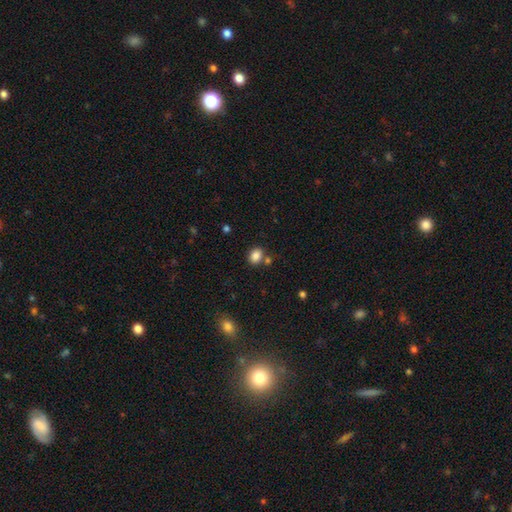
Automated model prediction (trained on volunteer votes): Smooth or featured?
  - smooth: 85% *
  - star or artifact: 10%
  - featured or disk: 5%
How rounded?
  - in between: 60% *
  - round: 39%
  - cigar-shaped: 1%
Merging?
  - none: 71% *
  - merger: 14%
  - minor disturbance: 12%
  - major disturbance: 4%